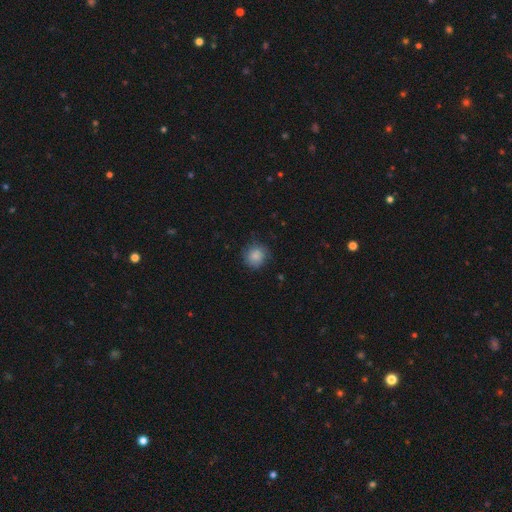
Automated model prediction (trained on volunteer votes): Overall: smooth (86%). How rounded: round (88%). Merging: none (81%).